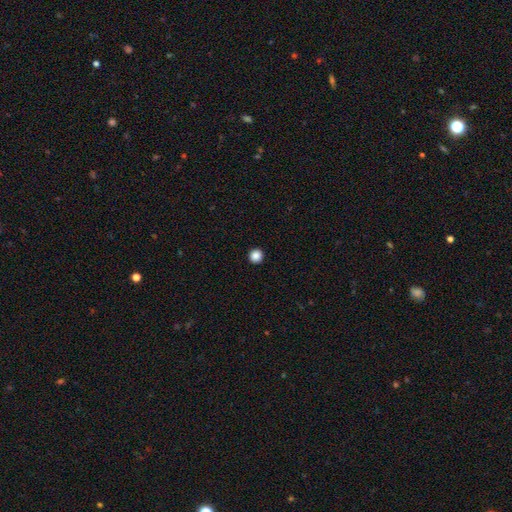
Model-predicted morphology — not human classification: Smooth or featured: smooth — 87% (star or artifact — 10%)
How rounded: round — 94% (in between — 5%)
Merging: none — 94% (minor disturbance — 4%)